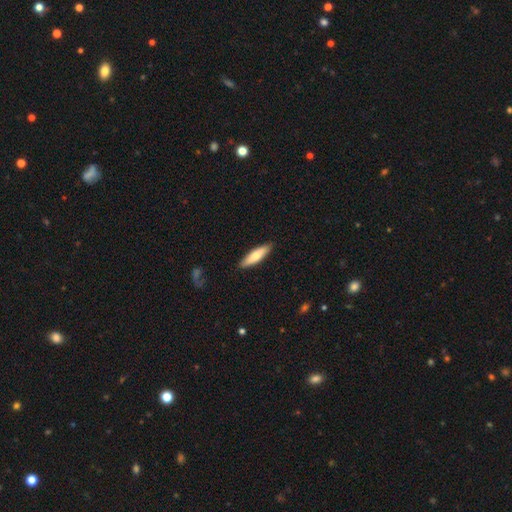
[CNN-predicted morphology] This appears to be a smooth galaxy with no disk features (68%) that is cigar-shaped (67%). Merging: none (89%).